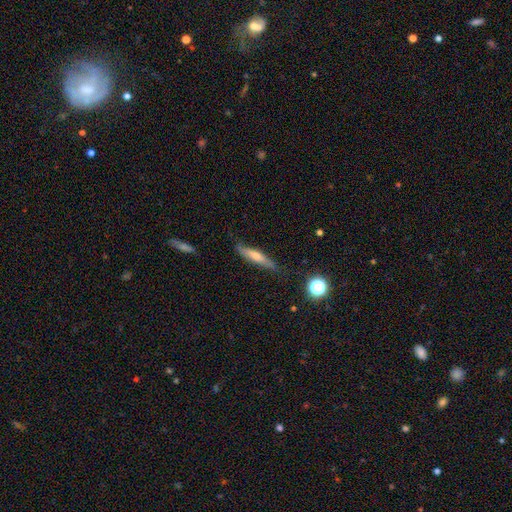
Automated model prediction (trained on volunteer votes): smooth_or_featured: smooth (p=0.48) [alt: featured or disk p=0.44]
merging: none (p=0.77) [alt: minor disturbance p=0.17]